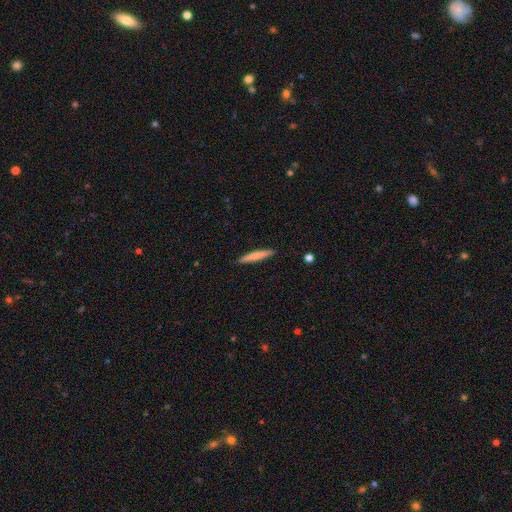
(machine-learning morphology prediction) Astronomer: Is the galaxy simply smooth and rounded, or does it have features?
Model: smooth — 73%.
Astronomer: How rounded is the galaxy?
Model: cigar-shaped — 95%.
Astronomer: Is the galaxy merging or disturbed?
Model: none — 91%.